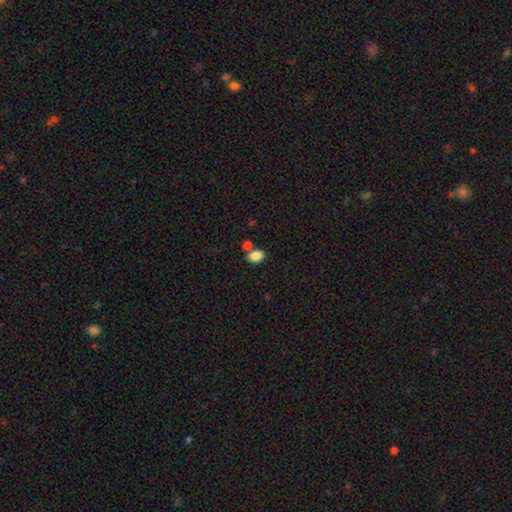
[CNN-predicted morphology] Smooth or featured? smooth (86%)
How rounded? in between (78%)
Merging? none (63%)